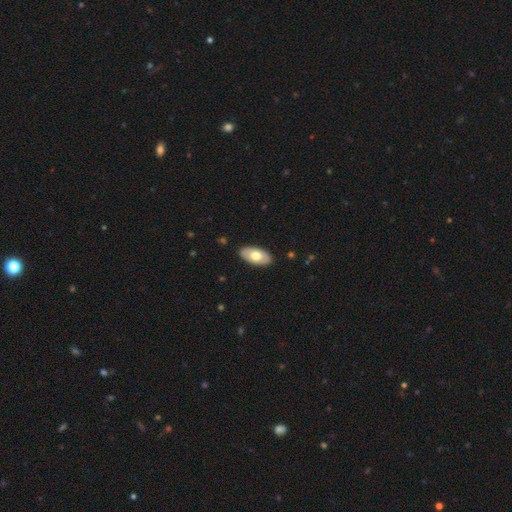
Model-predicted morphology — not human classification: The model was most divided on "smooth or featured": smooth: 61%, featured or disk: 34%, star or artifact: 5%. More confident: how rounded — in between (94%); merging — none (88%).